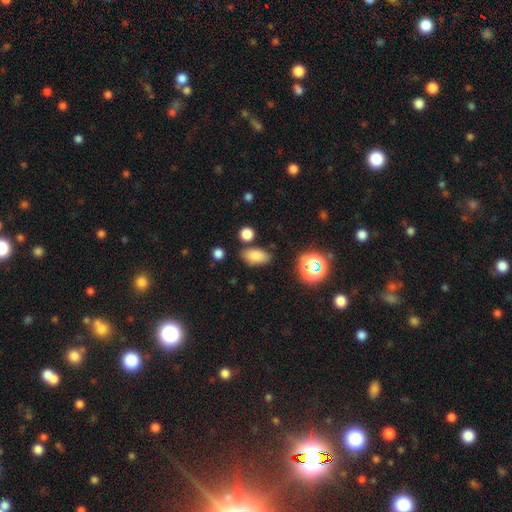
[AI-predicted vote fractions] smooth_or_featured: smooth (p=0.80) [alt: star or artifact p=0.13]
how_rounded: in between (p=0.88) [alt: round p=0.08]
merging: none (p=0.77) [alt: minor disturbance p=0.13]